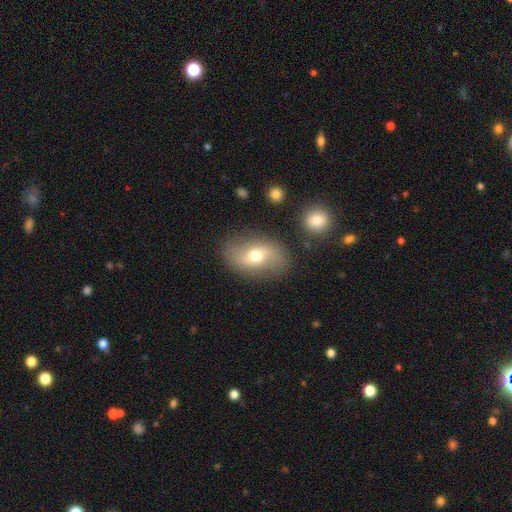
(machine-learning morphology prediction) smooth_or_featured: featured or disk (p=0.49) [alt: smooth p=0.43]
merging: none (p=0.80) [alt: minor disturbance p=0.13]